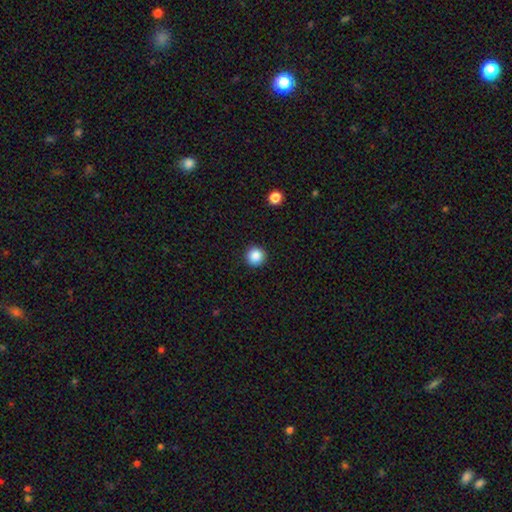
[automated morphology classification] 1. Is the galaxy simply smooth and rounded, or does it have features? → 87% smooth, 10% star or artifact, 4% featured or disk.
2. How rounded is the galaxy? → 95% round, 4% in between, 1% cigar-shaped.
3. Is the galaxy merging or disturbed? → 93% none, 5% minor disturbance, 2% major disturbance, 1% merger.